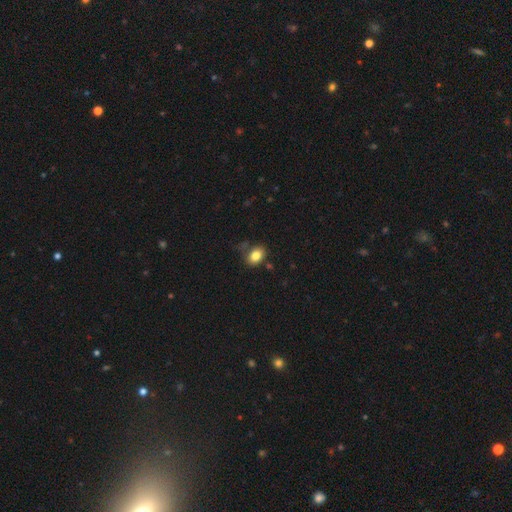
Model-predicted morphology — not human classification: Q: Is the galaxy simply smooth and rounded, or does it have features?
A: smooth — 83%.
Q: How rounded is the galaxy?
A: in between — 68%.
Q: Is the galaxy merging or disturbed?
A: none — 69%.